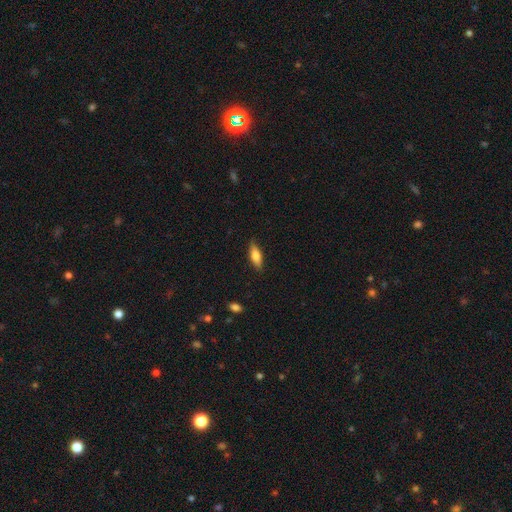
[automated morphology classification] Q: Smooth or featured?
A: smooth (67%); runner-up: featured or disk (27%)
Q: How rounded?
A: in between (53%); runner-up: cigar-shaped (45%)
Q: Merging?
A: none (86%); runner-up: minor disturbance (11%)